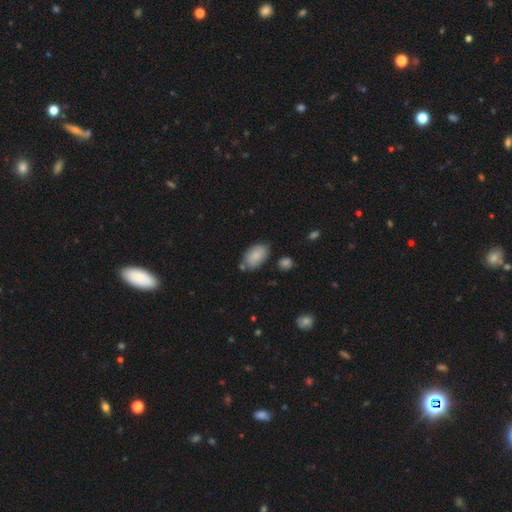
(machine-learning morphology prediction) Smooth or featured: smooth — 85% (featured or disk — 9%)
How rounded: in between — 93% (round — 5%)
Merging: none — 69% (minor disturbance — 20%)